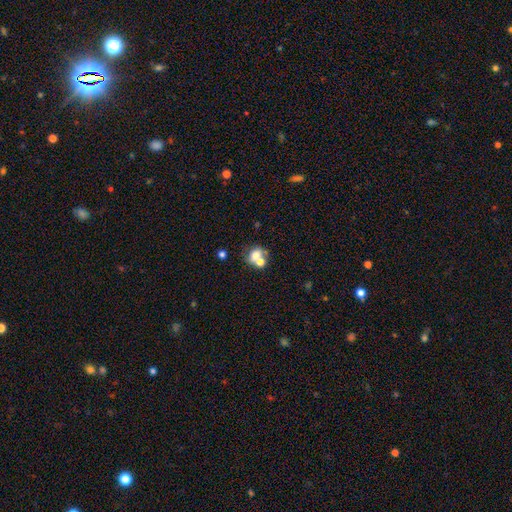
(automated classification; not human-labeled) Q: Smooth or featured?
A: smooth (64%); runner-up: featured or disk (25%)
Q: How rounded?
A: round (58%); runner-up: in between (41%)
Q: Merging?
A: merger (50%); runner-up: none (35%)